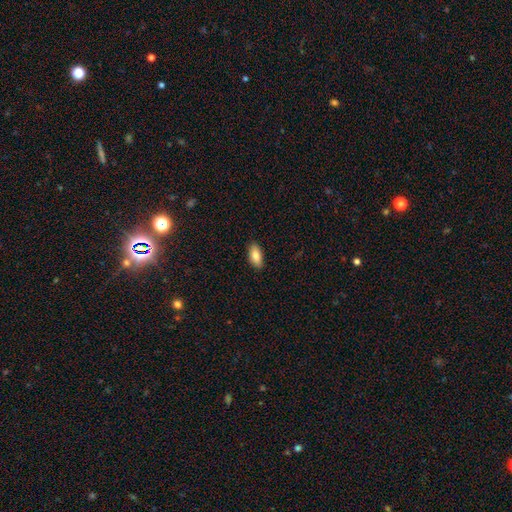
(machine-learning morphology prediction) Smooth or featured? smooth (84%)
How rounded? in between (89%)
Merging? none (88%)